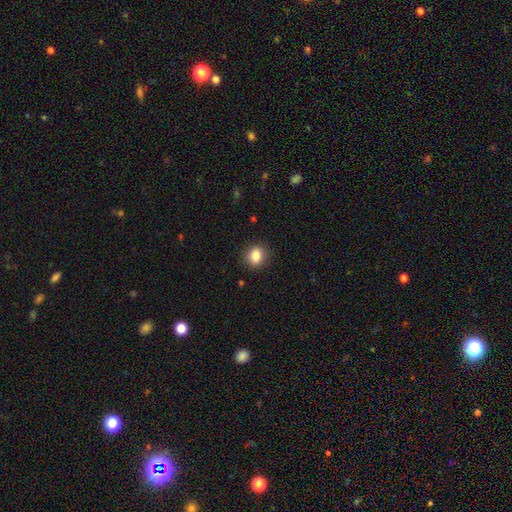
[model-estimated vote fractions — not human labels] A smooth galaxy with no disk features (85%) that is round (69%). Merging: none (89%).